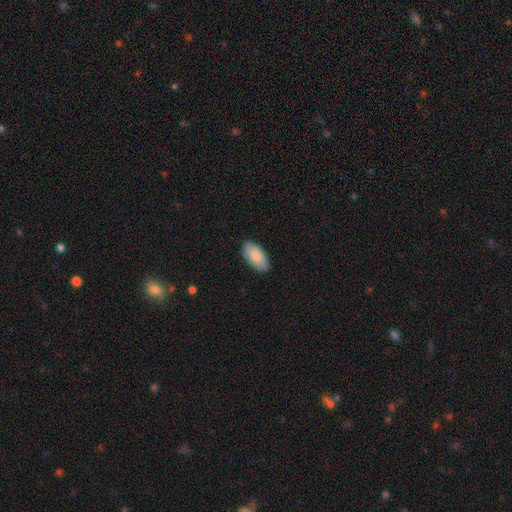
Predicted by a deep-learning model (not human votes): Smooth or featured: smooth — 84% (featured or disk — 10%)
How rounded: in between — 95% (cigar-shaped — 3%)
Merging: none — 85% (minor disturbance — 11%)